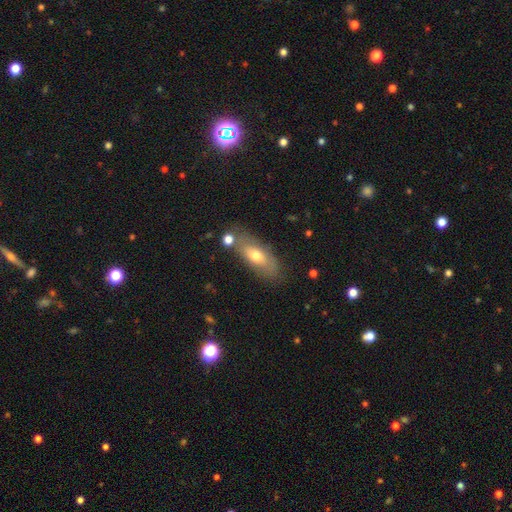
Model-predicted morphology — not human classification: smooth 61%, featured or disk 31%, star or artifact 7%. Down the decision tree: how rounded — in between (75%); merging — none (70%).